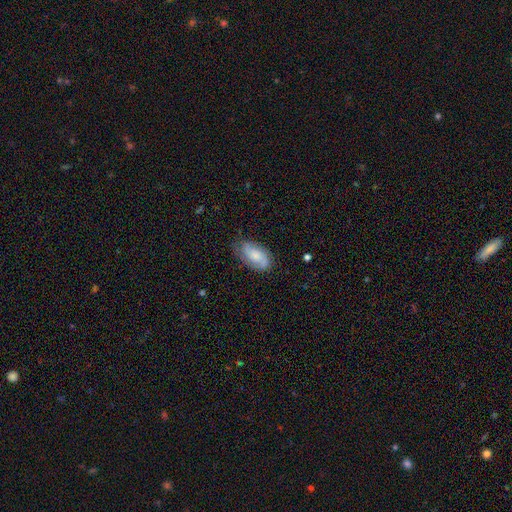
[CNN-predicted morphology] featured or disk 51%, smooth 42%, star or artifact 7%. Down the decision tree: edge-on disk — no (95%); merging — none (70%).